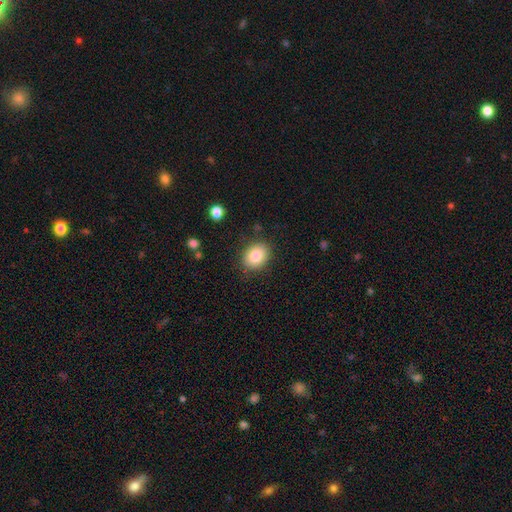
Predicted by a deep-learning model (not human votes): Smooth or featured?
  - smooth: 84% *
  - featured or disk: 8%
  - star or artifact: 8%
How rounded?
  - in between: 53% *
  - round: 46%
  - cigar-shaped: 1%
Merging?
  - none: 85% *
  - minor disturbance: 10%
  - major disturbance: 3%
  - merger: 1%